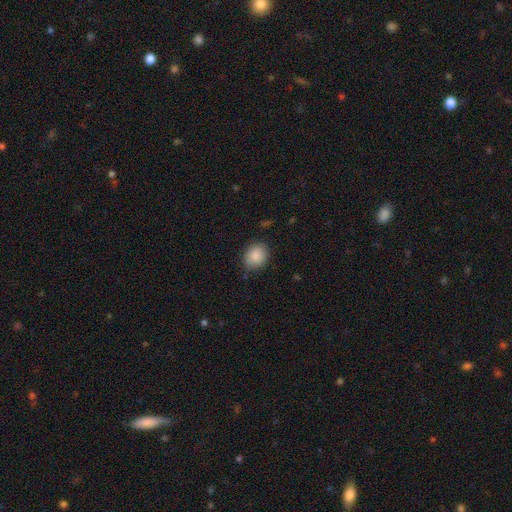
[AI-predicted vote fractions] Smooth or featured? Predicted: smooth (p=0.87). How rounded? Predicted: round (p=0.62). Merging? Predicted: none (p=0.79).